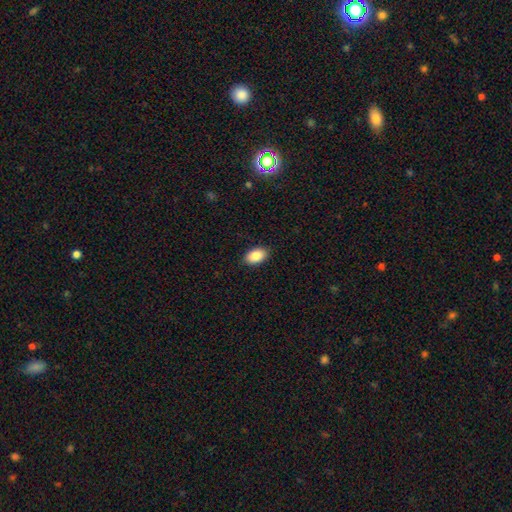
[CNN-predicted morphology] Smooth or featured: smooth — 87% (star or artifact — 7%)
How rounded: in between — 92% (round — 7%)
Merging: none — 89% (minor disturbance — 8%)